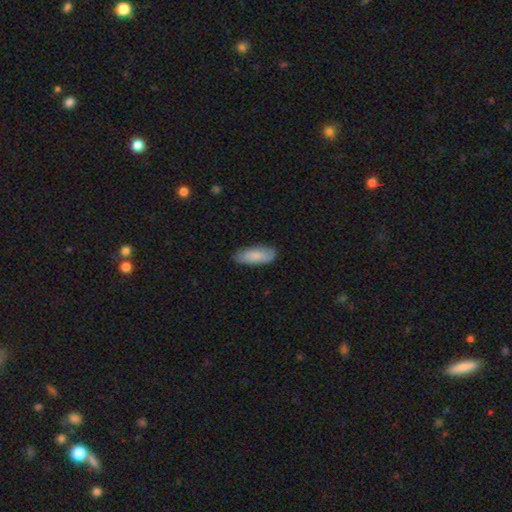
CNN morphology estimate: Smooth or featured? smooth (84%)
How rounded? in between (74%)
Merging? none (80%)